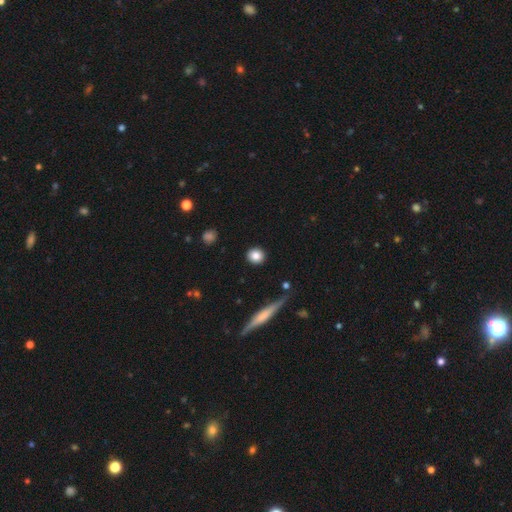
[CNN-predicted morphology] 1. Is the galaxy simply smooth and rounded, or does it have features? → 83% smooth, 8% star or artifact, 8% featured or disk.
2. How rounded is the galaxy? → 86% round, 12% in between, 2% cigar-shaped.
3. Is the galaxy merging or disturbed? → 91% none, 6% minor disturbance, 2% major disturbance, 2% merger.